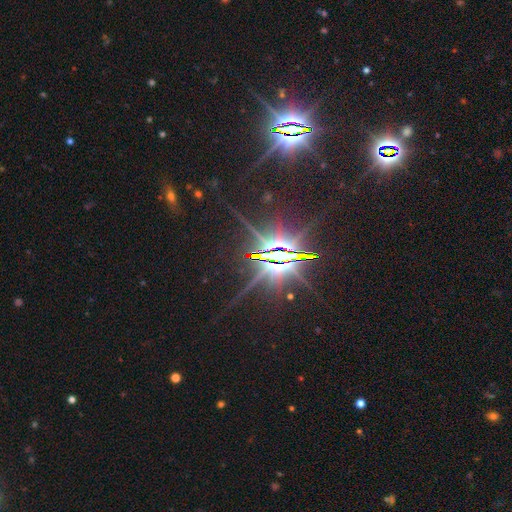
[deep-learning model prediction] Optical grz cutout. It shows a star or artifact, not a galaxy (87%).